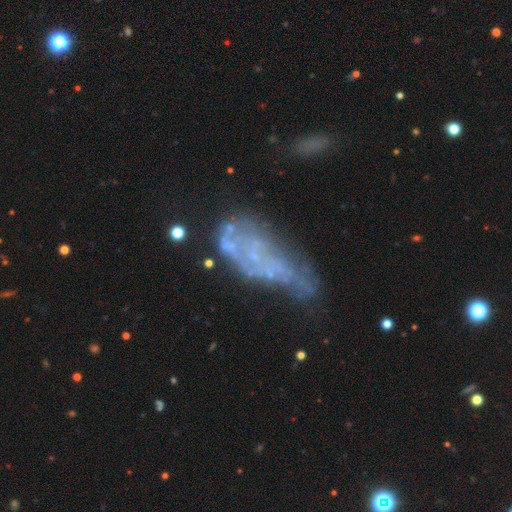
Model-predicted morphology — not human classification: Smooth or featured?
  - featured or disk: 62% *
  - smooth: 24%
  - star or artifact: 14%
Edge-on disk?
  - no: 92% *
  - yes: 8%
Bar?
  - no: 86% *
  - weak: 10%
  - strong: 4%
Spiral arms?
  - no: 72% *
  - yes: 28%
Bulge size?
  - none: 73% *
  - small: 20%
  - moderate: 5%
  - large: 1%
  - dominant: 1%
Merging?
  - major disturbance: 32% *
  - none: 29%
  - minor disturbance: 25%
  - merger: 14%